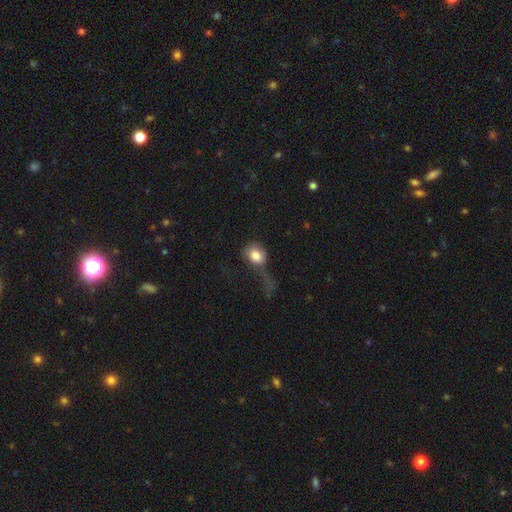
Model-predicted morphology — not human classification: This is likely a smooth galaxy (78%). How rounded: likely round (60%). Merging: possibly major disturbance (52%).